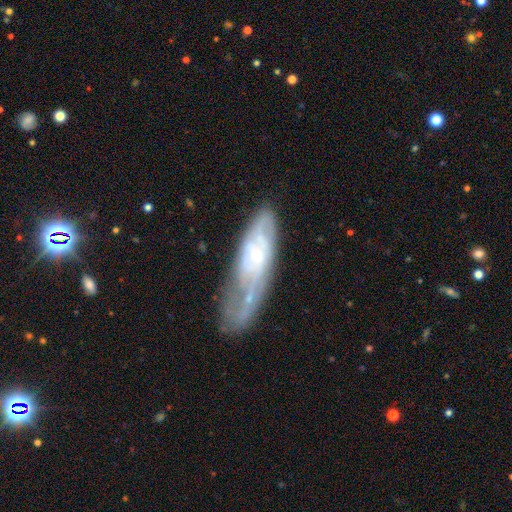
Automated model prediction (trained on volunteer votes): smooth_or_featured: featured or disk (p=0.70) [alt: smooth p=0.23]
disk_edge_on: no (p=0.77) [alt: yes p=0.23]
bar: no (p=0.67) [alt: weak p=0.27]
has_spiral_arms: yes (p=0.73) [alt: no p=0.27]
bulge_size: small (p=0.64) [alt: moderate p=0.29]
merging: none (p=0.50) [alt: minor disturbance p=0.27]